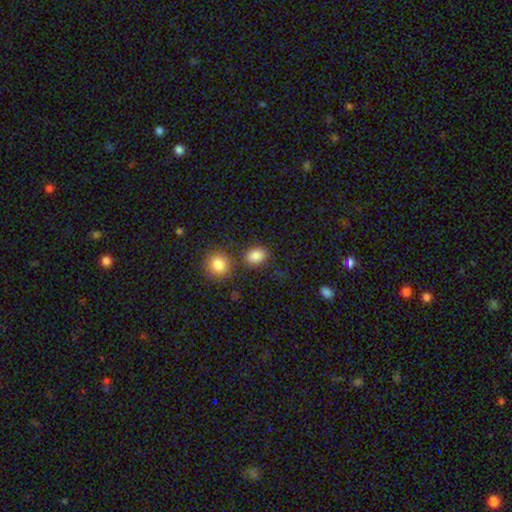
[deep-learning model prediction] A smooth galaxy with no disk features (86%) that is in between round and cigar-shaped (63%). Merging: none (73%).